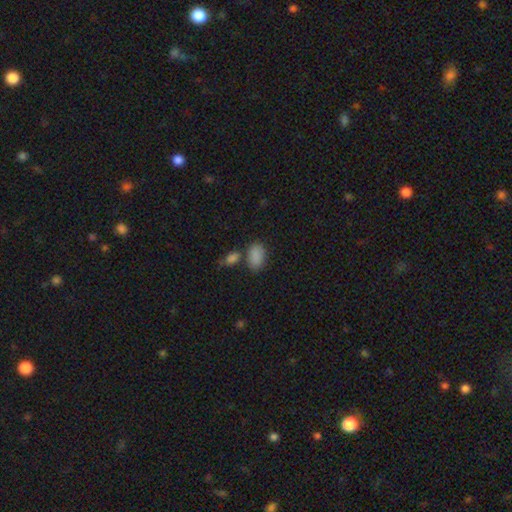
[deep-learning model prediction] Morphology: type=smooth (87%); roundness=in between (90%); merging=none (62%).